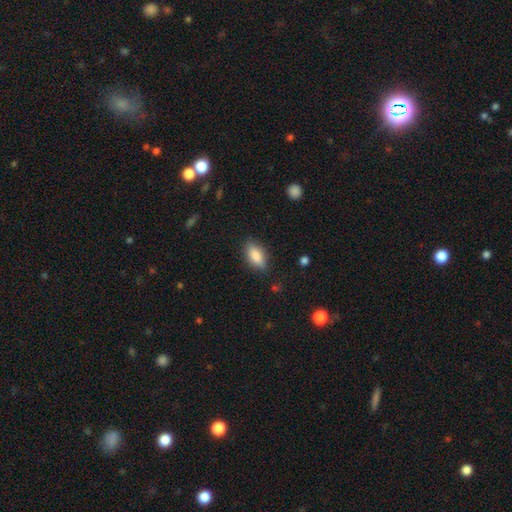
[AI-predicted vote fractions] Morphology: type=smooth (80%); roundness=in between (82%); merging=none (83%).